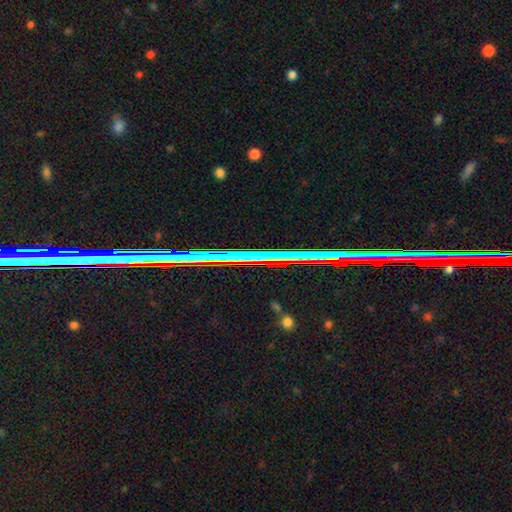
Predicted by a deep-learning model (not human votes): Smooth or featured? star or artifact (65%)